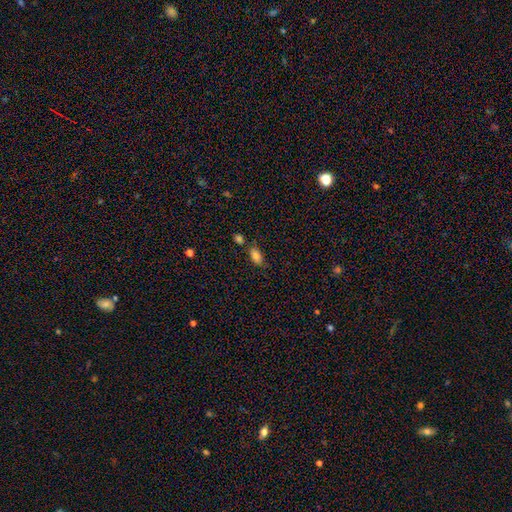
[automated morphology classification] Smooth or featured?
  - smooth: 83% *
  - star or artifact: 10%
  - featured or disk: 7%
How rounded?
  - in between: 90% *
  - round: 5%
  - cigar-shaped: 5%
Merging?
  - none: 67% *
  - minor disturbance: 17%
  - merger: 13%
  - major disturbance: 4%